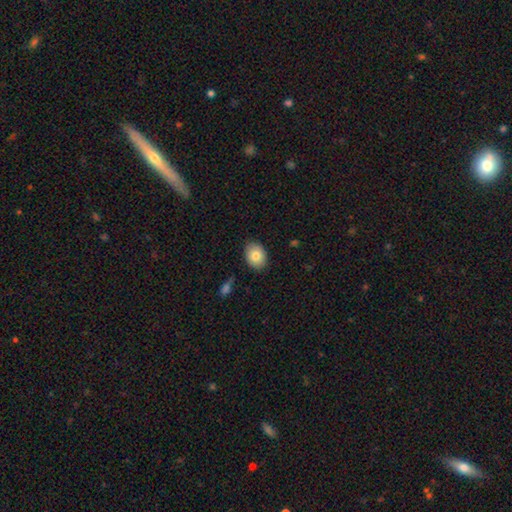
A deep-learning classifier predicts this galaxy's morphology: Smooth or featured? Predicted: smooth (p=0.80). How rounded? Predicted: in between (p=0.65). Merging? Predicted: none (p=0.86).